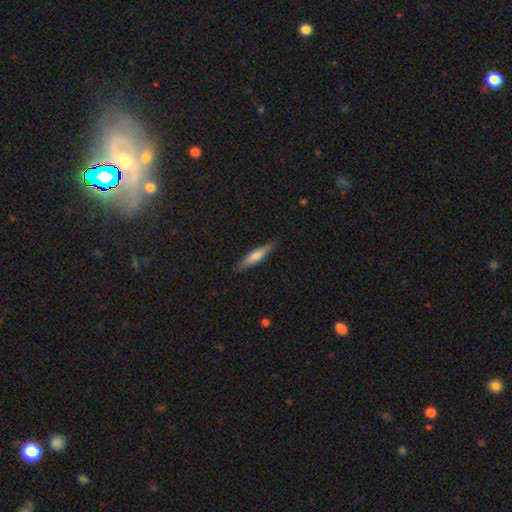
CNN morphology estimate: Smooth or featured: smooth — 62% (featured or disk — 32%)
How rounded: cigar-shaped — 83% (in between — 15%)
Merging: none — 87% (minor disturbance — 10%)